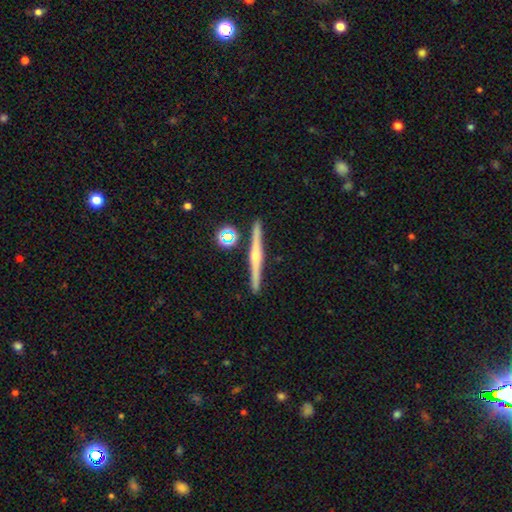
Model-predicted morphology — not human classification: smooth_or_featured: featured or disk (p=0.73) [alt: smooth p=0.20]
disk_edge_on: yes (p=0.98) [alt: no p=0.02]
edge_on_bulge: rounded (p=0.81) [alt: none p=0.12]
merging: none (p=0.90) [alt: minor disturbance p=0.06]